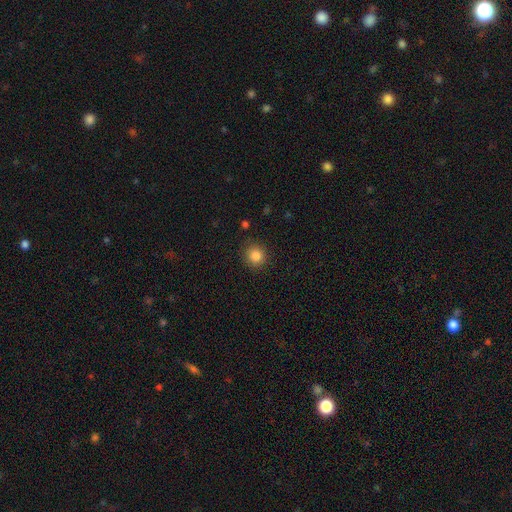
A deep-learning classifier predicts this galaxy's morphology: Smooth or featured? Predicted: smooth (p=0.85). How rounded? Predicted: round (p=0.90). Merging? Predicted: none (p=0.89).